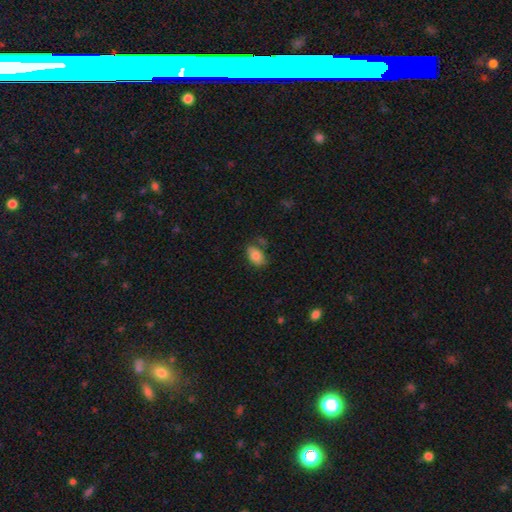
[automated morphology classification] This is clearly a smooth galaxy (81%). How rounded: clearly in between (91%). Merging: likely none (66%).